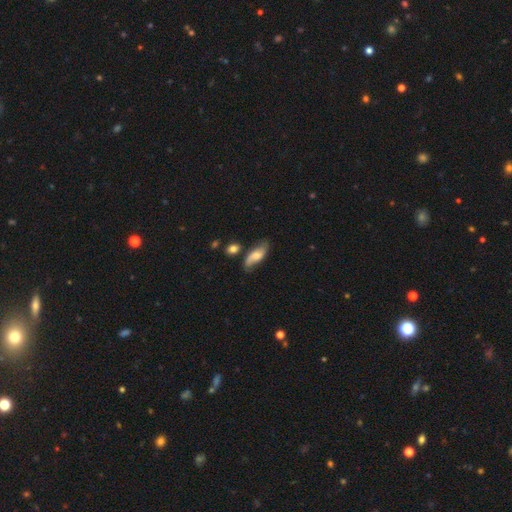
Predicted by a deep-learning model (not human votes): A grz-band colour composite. It shows a featured or disk galaxy (51%). Merging: none (65%).